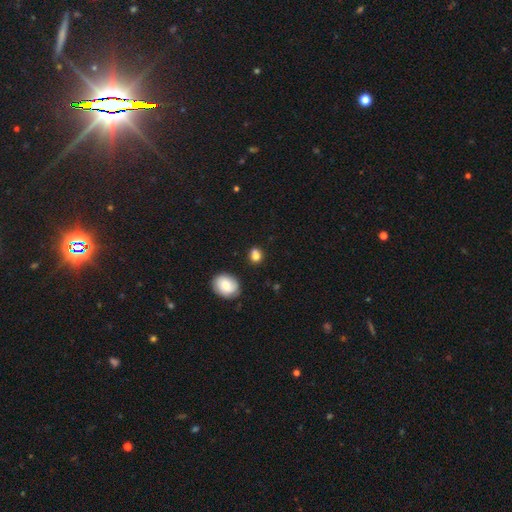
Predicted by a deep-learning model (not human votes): A smooth galaxy with no disk features (81%) that is round (62%).

Vote fractions:
- Smooth or featured? smooth: 81% / star or artifact: 12% / featured or disk: 7%
- How rounded? round: 62% / in between: 36% / cigar-shaped: 2%
- Merging? none: 66% / merger: 16% / minor disturbance: 14% / major disturbance: 4%